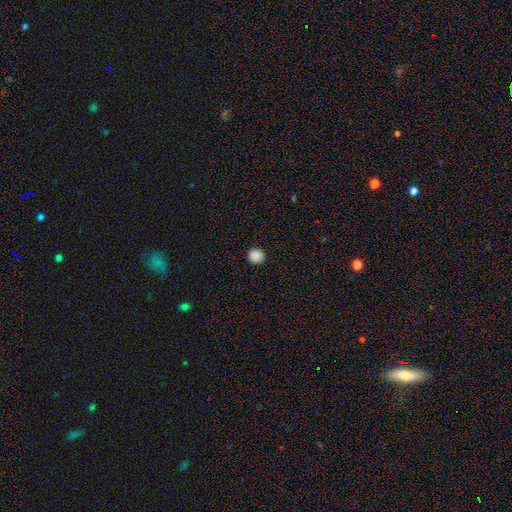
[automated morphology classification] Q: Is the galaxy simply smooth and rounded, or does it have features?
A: smooth — 88%.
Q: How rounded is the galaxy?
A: round — 92%.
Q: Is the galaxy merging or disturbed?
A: none — 92%.